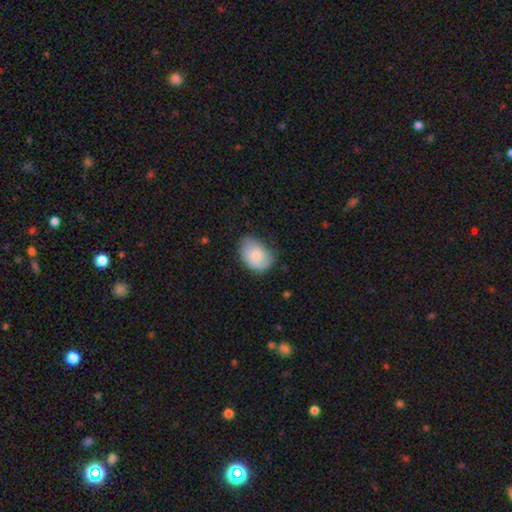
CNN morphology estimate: Smooth or featured? Predicted: smooth (p=0.67). How rounded? Predicted: in between (p=0.74). Merging? Predicted: none (p=0.56).